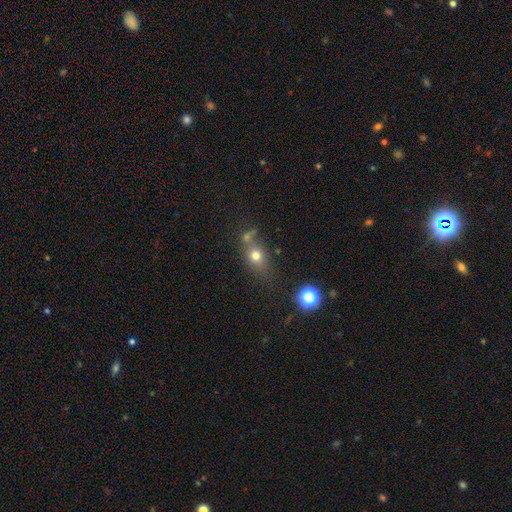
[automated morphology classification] A smooth galaxy with no disk features (70%) that is round (56%). Merging: none (53%).